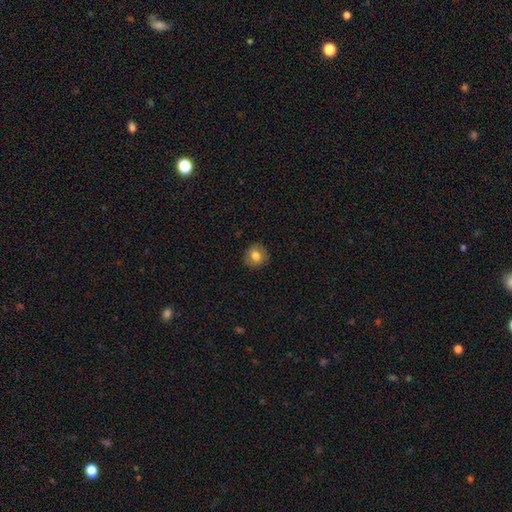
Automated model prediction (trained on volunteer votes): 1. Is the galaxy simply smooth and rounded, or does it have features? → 80% smooth, 11% featured or disk, 9% star or artifact.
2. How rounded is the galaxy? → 86% round, 13% in between, 1% cigar-shaped.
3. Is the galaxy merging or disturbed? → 88% none, 9% minor disturbance, 2% major disturbance, 1% merger.